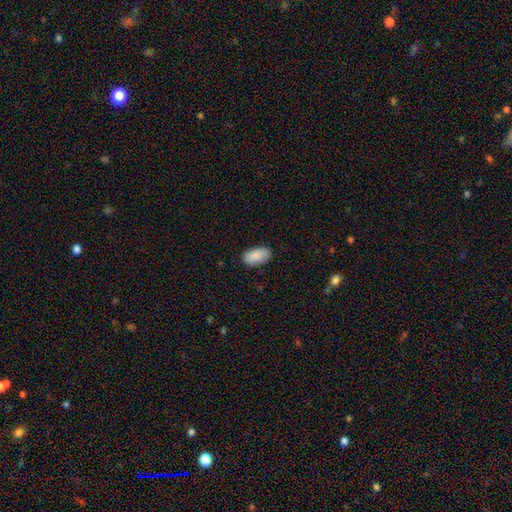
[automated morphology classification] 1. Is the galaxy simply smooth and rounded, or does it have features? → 90% smooth, 6% star or artifact, 4% featured or disk.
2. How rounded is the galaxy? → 95% in between, 3% round, 2% cigar-shaped.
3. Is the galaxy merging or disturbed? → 86% none, 11% minor disturbance, 2% major disturbance, 1% merger.